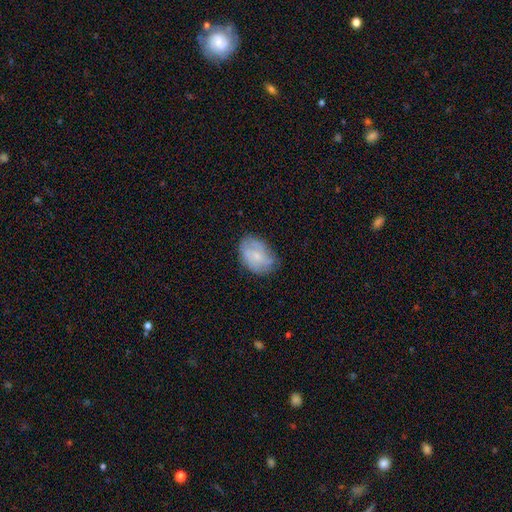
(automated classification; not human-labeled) Q: Smooth or featured?
A: smooth (46%); tied with: featured or disk (46%)
Q: Merging?
A: none (67%); runner-up: minor disturbance (25%)